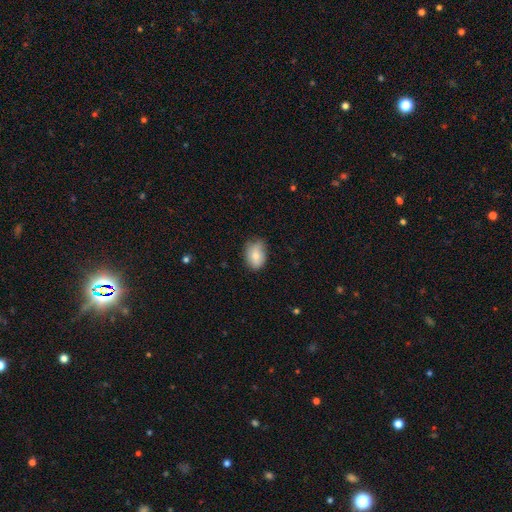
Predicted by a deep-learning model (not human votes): This is likely a smooth galaxy (77%). How rounded: likely in between (77%). Merging: likely none (62%).